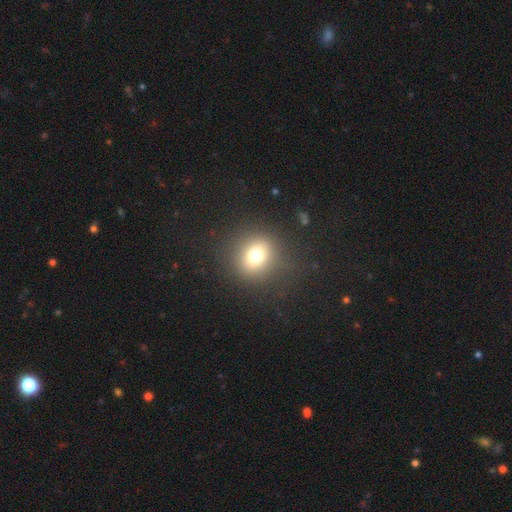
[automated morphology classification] This is likely a smooth galaxy (72%). How rounded: clearly round (87%). Merging: clearly none (85%).